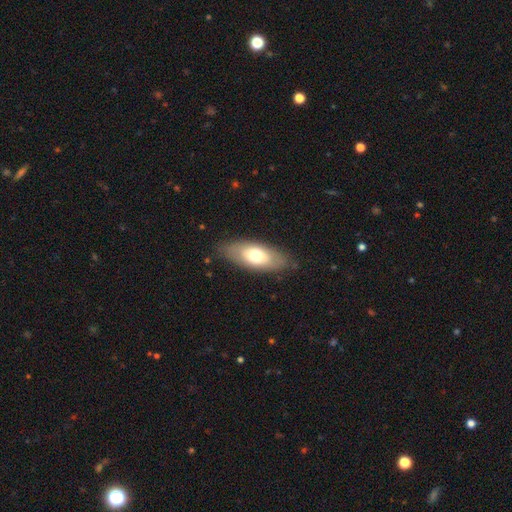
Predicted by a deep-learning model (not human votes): Smooth or featured?
  - smooth: 65% *
  - featured or disk: 29%
  - star or artifact: 6%
How rounded?
  - in between: 85% *
  - cigar-shaped: 13%
  - round: 3%
Merging?
  - none: 81% *
  - minor disturbance: 14%
  - major disturbance: 4%
  - merger: 1%